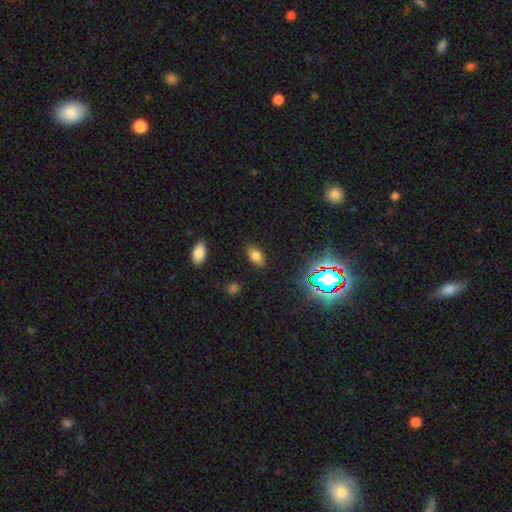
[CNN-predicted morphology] This is likely a smooth galaxy (74%). How rounded: clearly in between (90%). Merging: clearly none (85%).